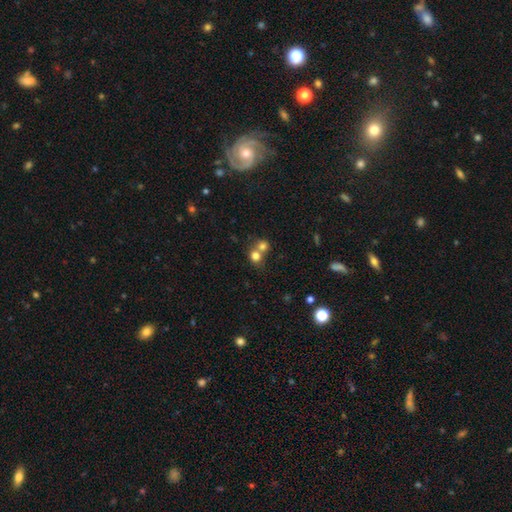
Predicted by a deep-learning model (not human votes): smooth_or_featured: smooth (p=0.77) [alt: star or artifact p=0.13]
how_rounded: round (p=0.80) [alt: in between p=0.19]
merging: merger (p=0.56) [alt: none p=0.36]